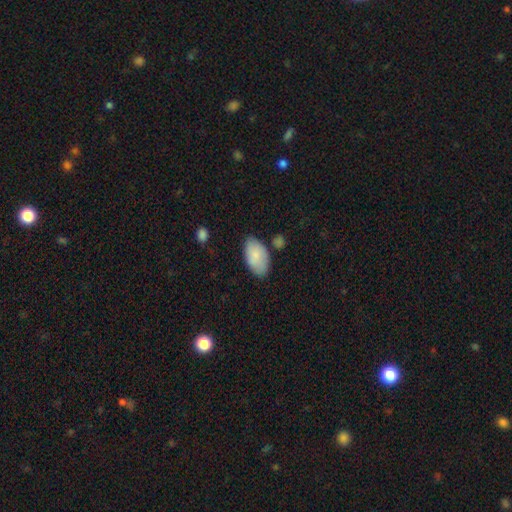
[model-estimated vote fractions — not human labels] Morphology: type=smooth (84%); roundness=in between (95%); merging=none (72%).